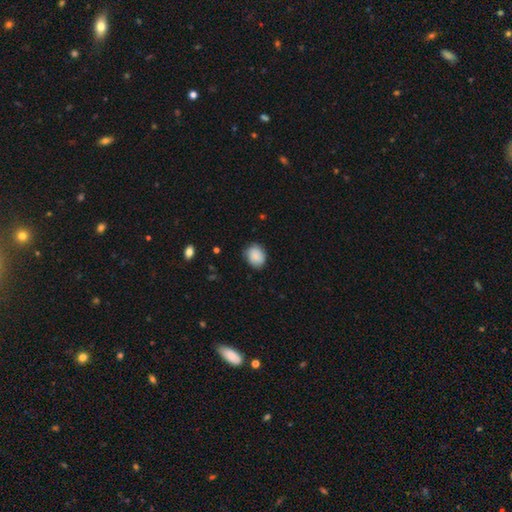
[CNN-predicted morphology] A smooth galaxy with no disk features (87%) that is round (52%). Merging: none (77%).